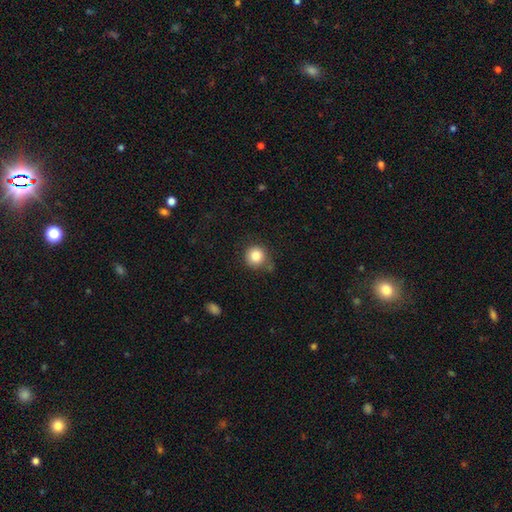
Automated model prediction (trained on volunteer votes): Smooth or featured? smooth (85%)
How rounded? round (92%)
Merging? none (70%)